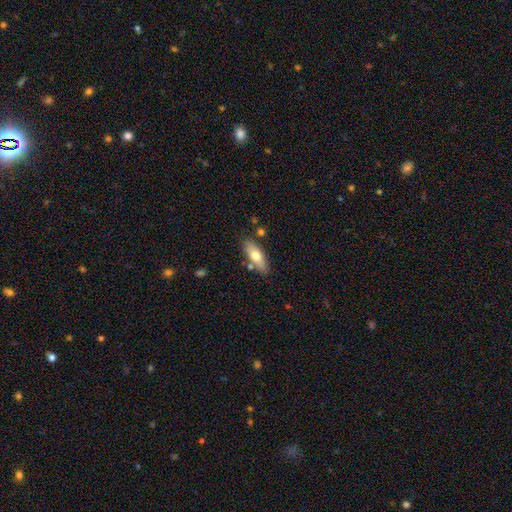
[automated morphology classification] Smooth or featured? smooth (65%)
How rounded? in between (72%)
Merging? none (79%)